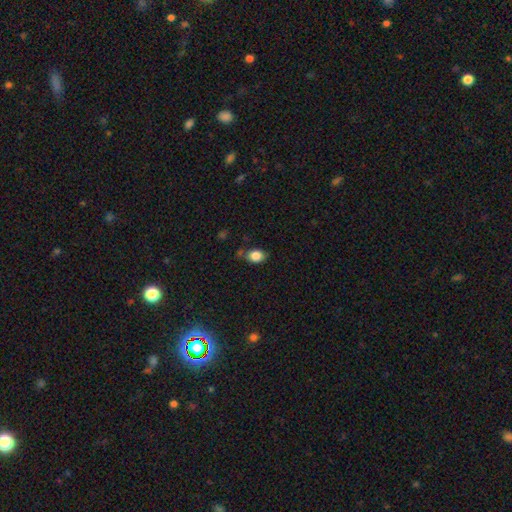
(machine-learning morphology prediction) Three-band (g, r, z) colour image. It shows a smooth galaxy with no disk features (85%) that is in between round and cigar-shaped (68%). Merging: none (69%).